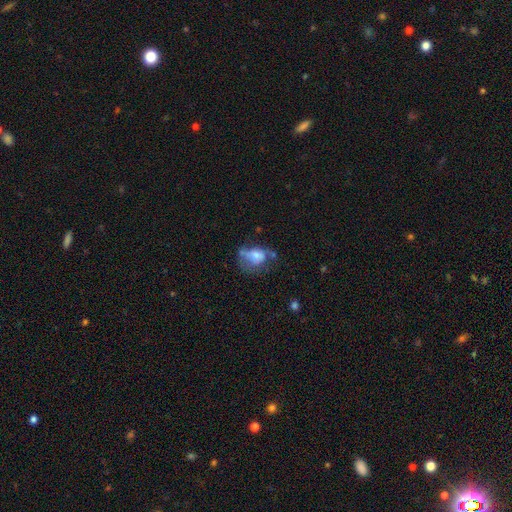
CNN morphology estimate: Smooth or featured?
  - smooth: 56% *
  - featured or disk: 33%
  - star or artifact: 11%
How rounded?
  - in between: 70% *
  - round: 28%
  - cigar-shaped: 2%
Merging?
  - major disturbance: 35% *
  - minor disturbance: 25%
  - none: 25%
  - merger: 15%